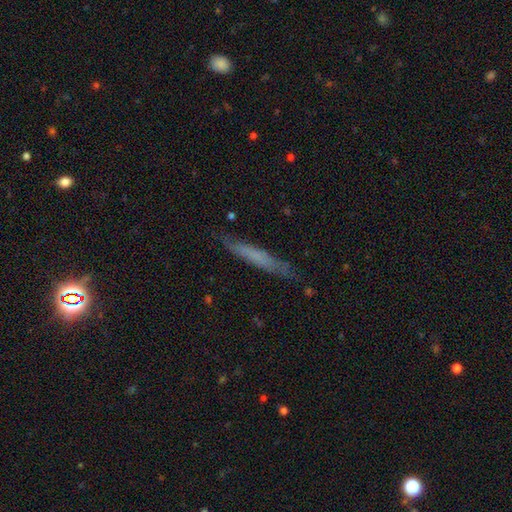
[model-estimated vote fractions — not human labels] smooth 54%, featured or disk 39%, star or artifact 8%. Down the decision tree: how rounded — cigar-shaped (95%); merging — none (82%).